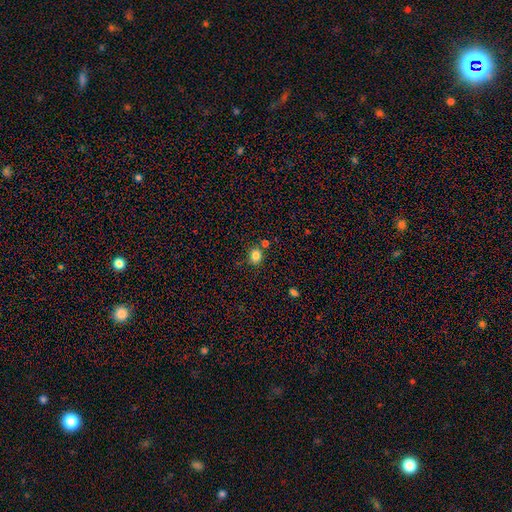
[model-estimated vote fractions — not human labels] The model was most divided on "how rounded": round: 77%, in between: 22%, cigar-shaped: 1%. More confident: smooth or featured — smooth (83%); merging — none (77%).